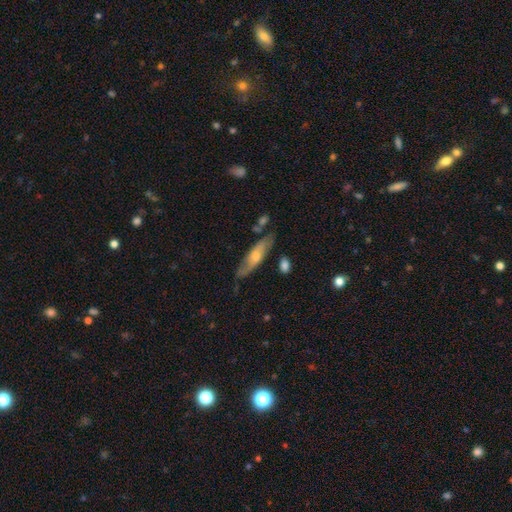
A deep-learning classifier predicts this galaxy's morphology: Smooth or featured: featured or disk — 51% (smooth — 43%)
Edge-on disk: no — 57% (yes — 43%)
Merging: none — 67% (minor disturbance — 21%)